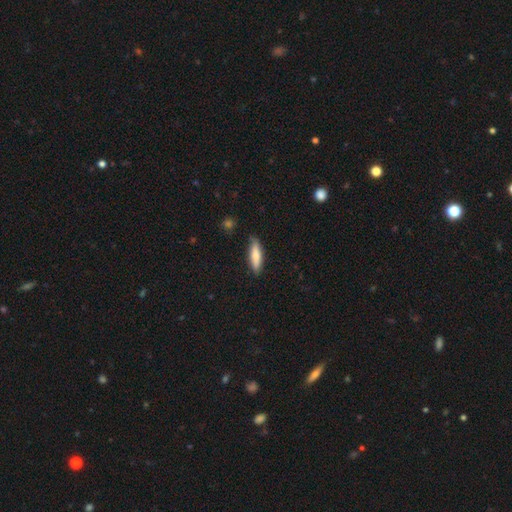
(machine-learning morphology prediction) This is likely a smooth galaxy (74%). How rounded: possibly cigar-shaped (59%). Merging: clearly none (82%).